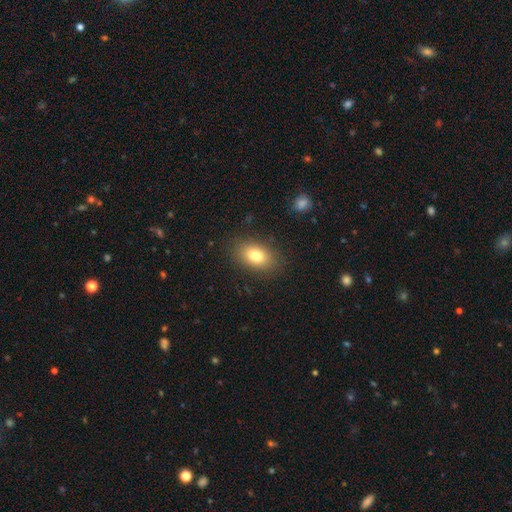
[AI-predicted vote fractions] Overall: smooth (78%). How rounded: in between (85%). Merging: none (86%).